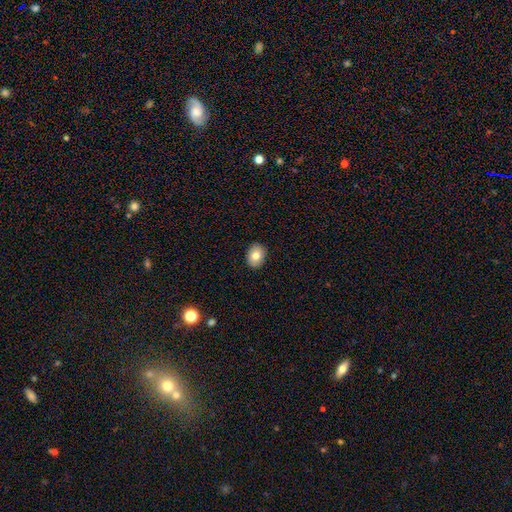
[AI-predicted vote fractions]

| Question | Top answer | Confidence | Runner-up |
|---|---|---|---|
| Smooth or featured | smooth | 80% | featured or disk (12%) |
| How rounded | in between | 64% | round (35%) |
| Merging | none | 90% | minor disturbance (7%) |